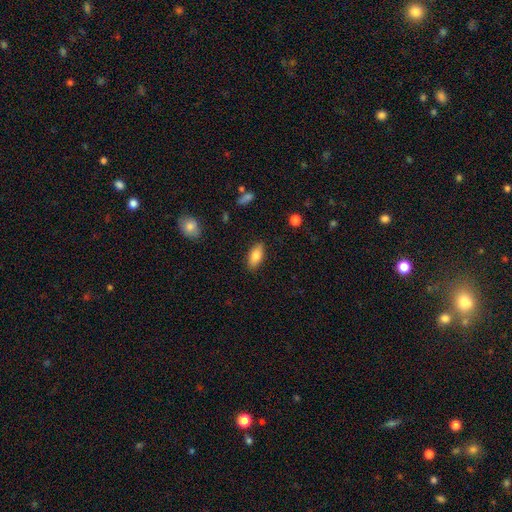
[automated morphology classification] smooth-or-featured: smooth: 81% | featured or disk: 12% | star or artifact: 7%
  how-rounded: in between: 87% | cigar-shaped: 10% | round: 3%
  merging: none: 87% | minor disturbance: 10% | major disturbance: 2% | merger: 1%